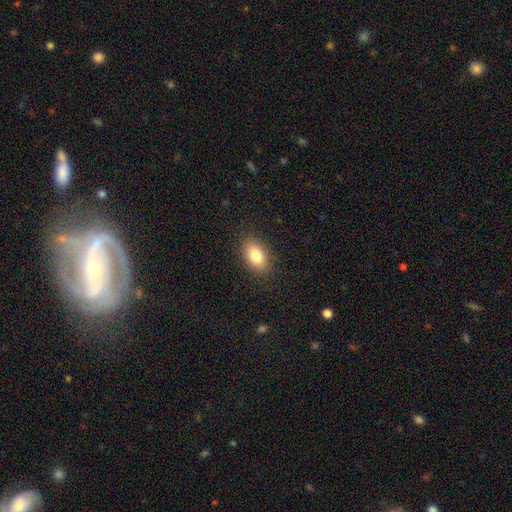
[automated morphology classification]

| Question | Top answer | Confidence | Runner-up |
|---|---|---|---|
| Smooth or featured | smooth | 82% | featured or disk (10%) |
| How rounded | in between | 90% | round (8%) |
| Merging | none | 87% | minor disturbance (9%) |